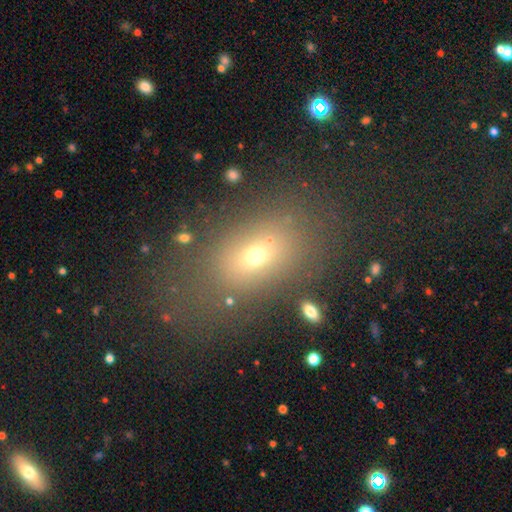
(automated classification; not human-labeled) Smooth or featured? smooth (61%)
How rounded? in between (77%)
Merging? none (71%)